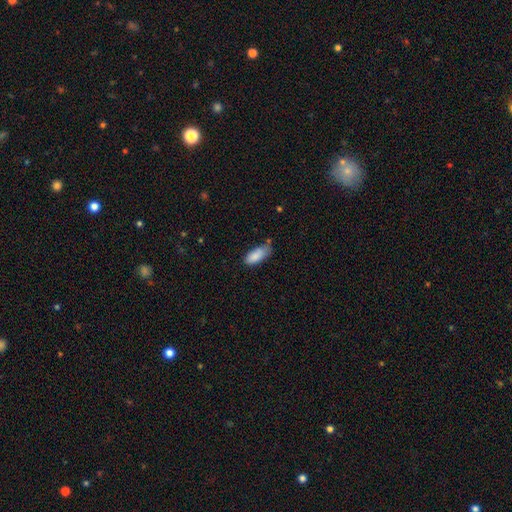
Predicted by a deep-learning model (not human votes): Q: Smooth or featured?
A: smooth (86%); runner-up: star or artifact (7%)
Q: How rounded?
A: in between (85%); runner-up: cigar-shaped (13%)
Q: Merging?
A: none (46%); runner-up: minor disturbance (39%)